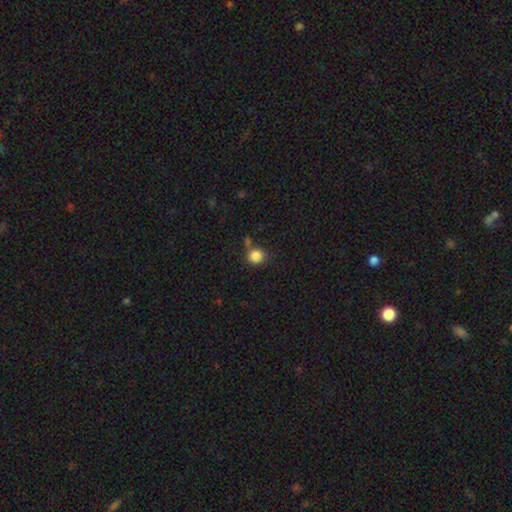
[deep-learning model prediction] This appears to be a smooth galaxy with no disk features (85%) that is round (89%). Merging: none (72%).